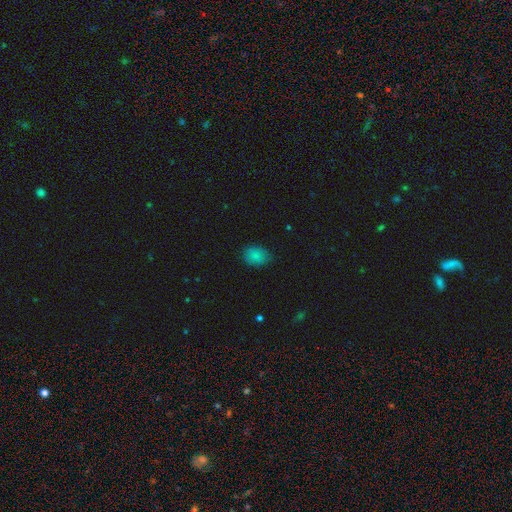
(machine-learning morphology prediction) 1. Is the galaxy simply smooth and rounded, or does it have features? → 84% smooth, 10% star or artifact, 6% featured or disk.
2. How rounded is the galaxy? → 70% in between, 29% round, 1% cigar-shaped.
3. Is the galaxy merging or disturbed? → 77% none, 18% minor disturbance, 4% major disturbance, 1% merger.